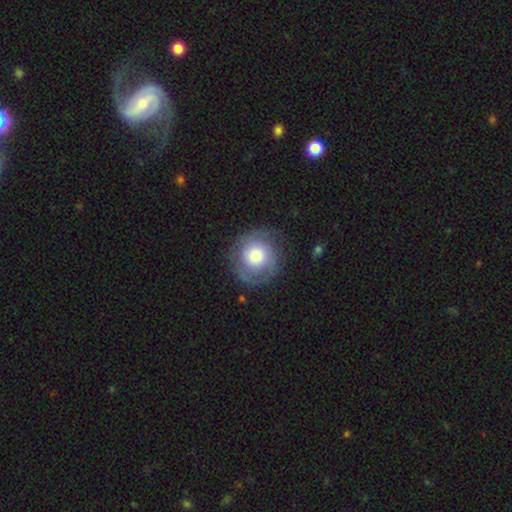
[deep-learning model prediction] A smooth galaxy with no disk features (47%).

Vote fractions:
- Smooth or featured? smooth: 47% / featured or disk: 46% / star or artifact: 7%
- Merging? none: 74% / minor disturbance: 17% / major disturbance: 9% / merger: 1%